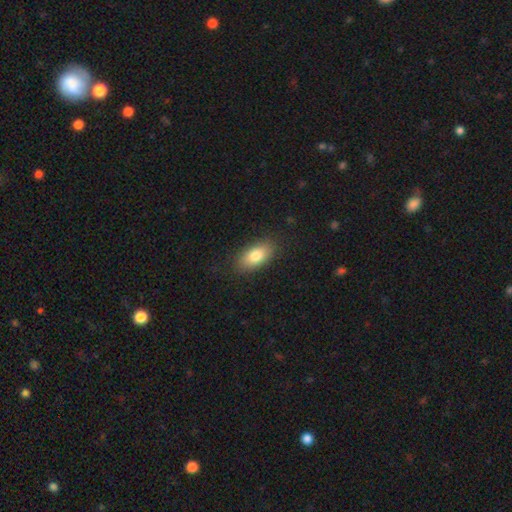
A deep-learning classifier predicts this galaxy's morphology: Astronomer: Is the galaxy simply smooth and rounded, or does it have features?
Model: smooth — 80%.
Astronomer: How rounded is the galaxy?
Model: in between — 90%.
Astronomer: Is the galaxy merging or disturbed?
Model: none — 86%.